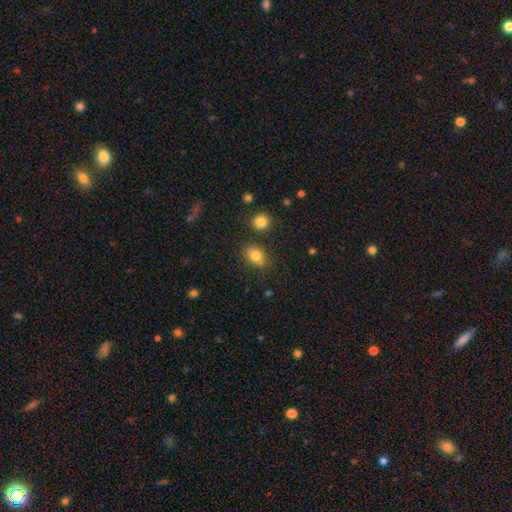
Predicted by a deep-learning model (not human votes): A smooth galaxy with no disk features (78%) that is in between round and cigar-shaped (57%).

Vote fractions:
- Smooth or featured? smooth: 78% / star or artifact: 11% / featured or disk: 11%
- How rounded? in between: 57% / round: 41% / cigar-shaped: 1%
- Merging? none: 70% / minor disturbance: 17% / merger: 9% / major disturbance: 4%